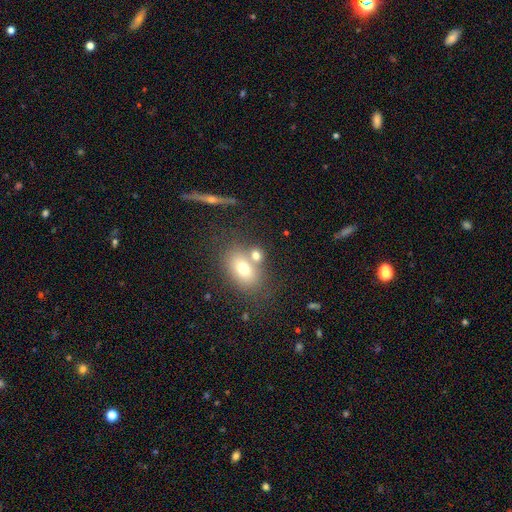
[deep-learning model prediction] Morphology: type=smooth (70%); roundness=in between (67%); merging=none (51%).